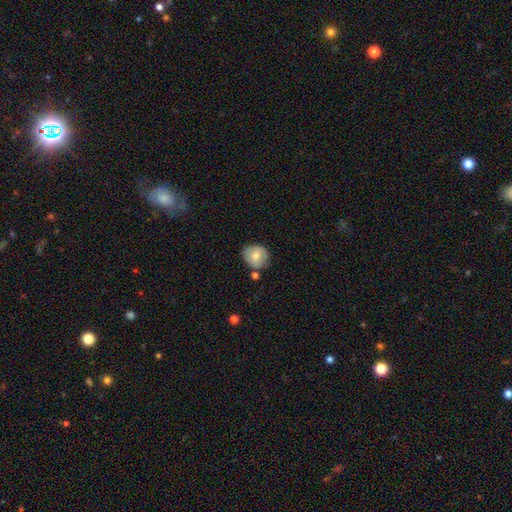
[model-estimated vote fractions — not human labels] smooth 71%, featured or disk 22%, star or artifact 8%. Down the decision tree: how rounded — round (73%); merging — none (64%).